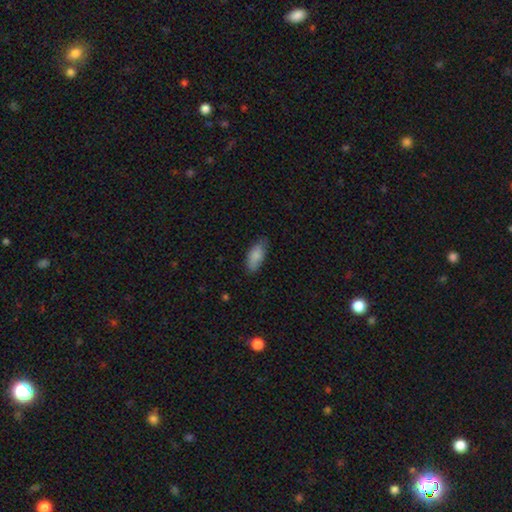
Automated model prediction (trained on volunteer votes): A smooth galaxy with no disk features (87%) that is in between round and cigar-shaped (88%).

Vote fractions:
- Smooth or featured? smooth: 87% / featured or disk: 7% / star or artifact: 6%
- How rounded? in between: 88% / cigar-shaped: 10% / round: 2%
- Merging? none: 74% / minor disturbance: 21% / major disturbance: 4% / merger: 1%